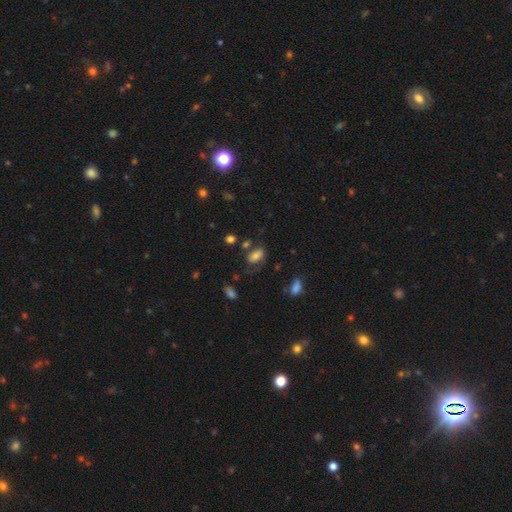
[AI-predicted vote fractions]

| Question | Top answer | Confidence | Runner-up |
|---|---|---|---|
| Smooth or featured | smooth | 67% | featured or disk (21%) |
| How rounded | in between | 87% | round (10%) |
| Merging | none | 52% | minor disturbance (23%) |